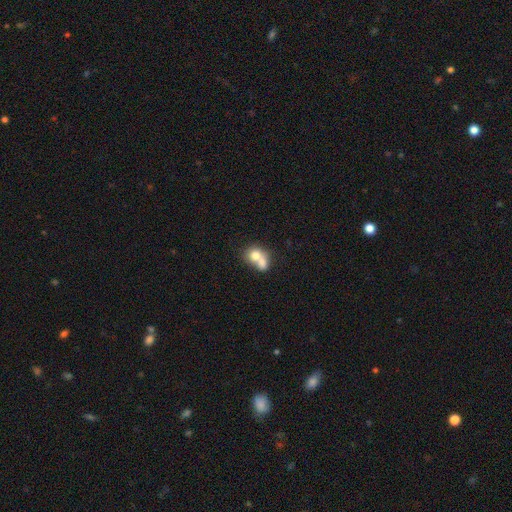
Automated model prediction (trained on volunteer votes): Smooth or featured: smooth — 70% (featured or disk — 22%)
How rounded: round — 58% (in between — 41%)
Merging: merger — 69% (none — 20%)